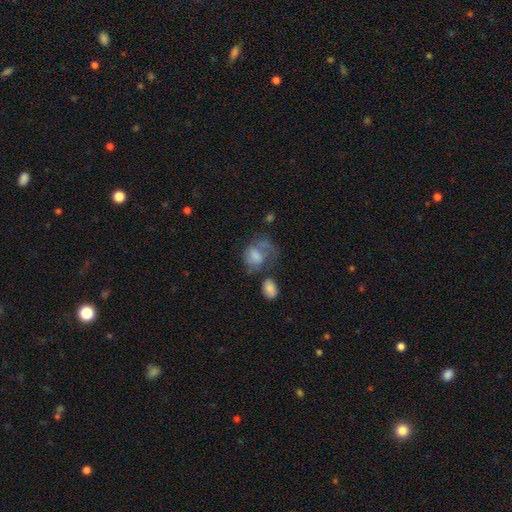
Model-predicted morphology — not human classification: smooth-or-featured: smooth: 59% | featured or disk: 30% | star or artifact: 11%
  how-rounded: in between: 62% | round: 36% | cigar-shaped: 1%
  merging: major disturbance: 37% | none: 26% | minor disturbance: 21% | merger: 16%